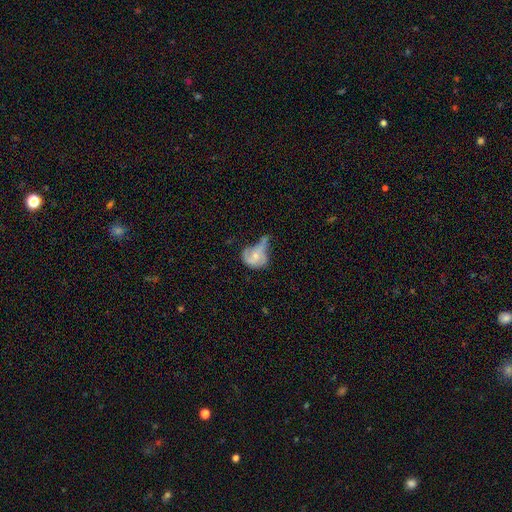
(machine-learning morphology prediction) Smooth or featured? Predicted: featured or disk (p=0.48). Merging? Predicted: major disturbance (p=0.35).